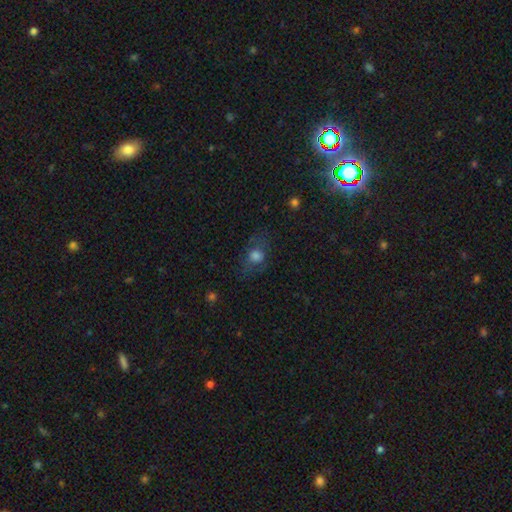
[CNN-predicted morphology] A smooth galaxy with no disk features (64%) that is round (54%).

Vote fractions:
- Smooth or featured? smooth: 64% / featured or disk: 21% / star or artifact: 15%
- How rounded? round: 54% / in between: 43% / cigar-shaped: 3%
- Merging? none: 67% / minor disturbance: 18% / major disturbance: 13% / merger: 2%